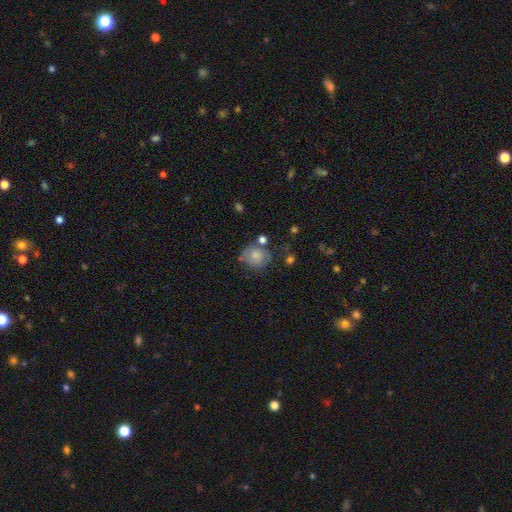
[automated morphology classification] This appears to be a smooth galaxy with no disk features (54%) that is round (72%). Merging: none (57%).